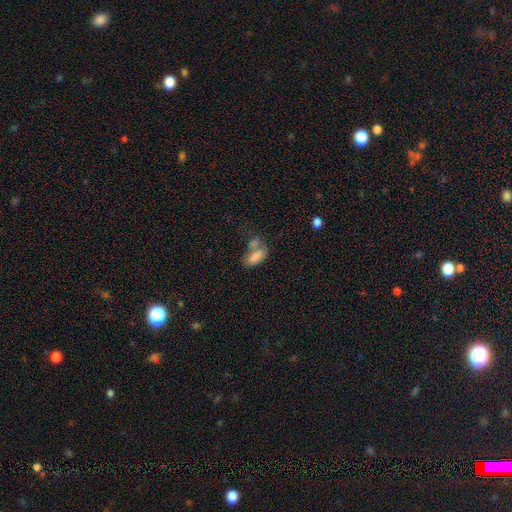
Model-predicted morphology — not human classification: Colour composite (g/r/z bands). It shows a smooth galaxy with no disk features (74%) that is in between round and cigar-shaped (89%). Merging: merger (48%).